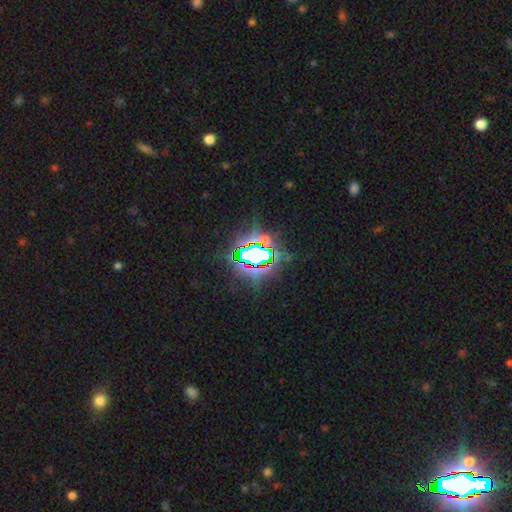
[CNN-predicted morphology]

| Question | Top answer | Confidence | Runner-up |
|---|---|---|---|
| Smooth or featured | star or artifact | 75% | smooth (13%) |